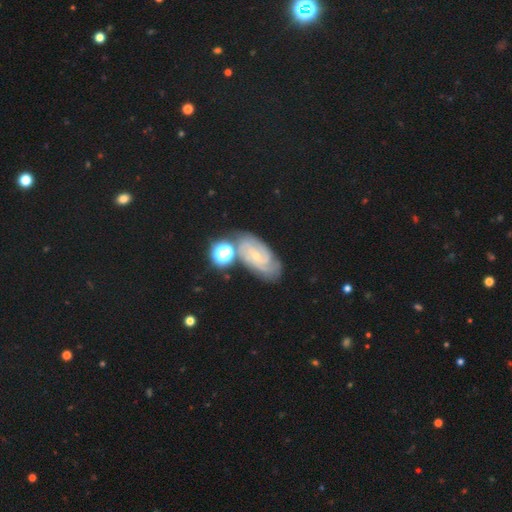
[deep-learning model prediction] smooth_or_featured: featured or disk (p=0.76) [alt: smooth p=0.13]
disk_edge_on: no (p=0.95) [alt: yes p=0.05]
bar: no (p=0.56) [alt: weak p=0.35]
has_spiral_arms: yes (p=0.95) [alt: no p=0.05]
spiral_winding: tight (p=0.62) [alt: medium p=0.31]
spiral_arm_count: 2 (p=0.36) [alt: can't tell p=0.27]
bulge_size: small (p=0.78) [alt: moderate p=0.18]
merging: none (p=0.68) [alt: minor disturbance p=0.17]